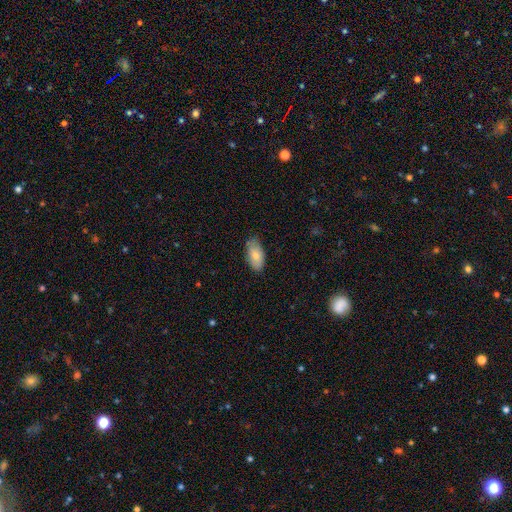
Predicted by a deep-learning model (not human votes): A smooth galaxy with no disk features (76%) that is in between round and cigar-shaped (94%).

Vote fractions:
- Smooth or featured? smooth: 76% / featured or disk: 18% / star or artifact: 6%
- How rounded? in between: 94% / cigar-shaped: 4% / round: 3%
- Merging? none: 73% / minor disturbance: 23% / major disturbance: 3% / merger: 1%